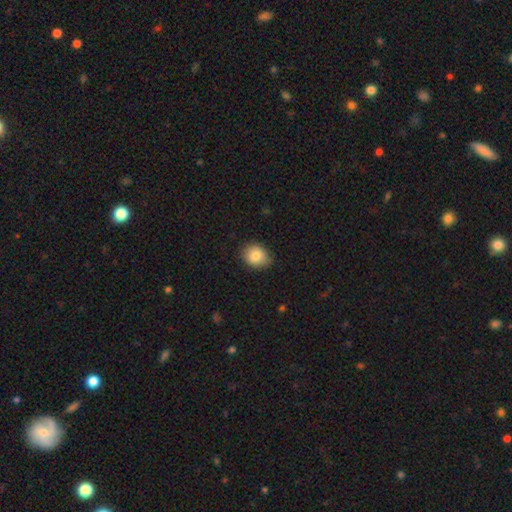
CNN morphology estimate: A smooth galaxy with no disk features (82%) that is round (57%).

Vote fractions:
- Smooth or featured? smooth: 82% / featured or disk: 9% / star or artifact: 9%
- How rounded? round: 57% / in between: 42% / cigar-shaped: 1%
- Merging? none: 77% / minor disturbance: 19% / major disturbance: 3% / merger: 1%